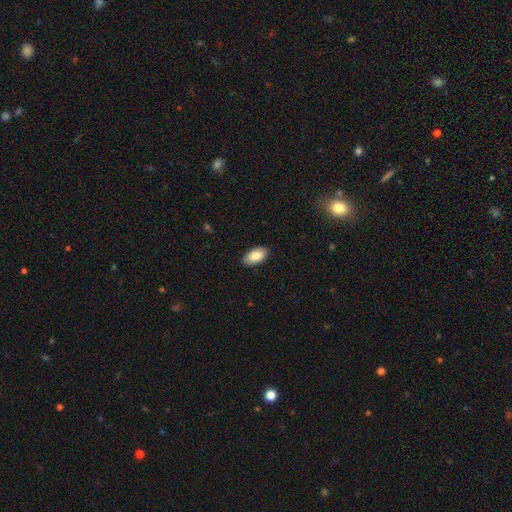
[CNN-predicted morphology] Smooth or featured: smooth — 85% (featured or disk — 9%)
How rounded: in between — 95% (round — 3%)
Merging: none — 88% (minor disturbance — 9%)